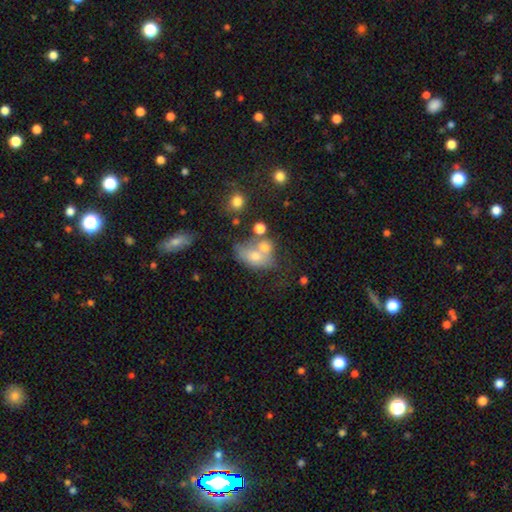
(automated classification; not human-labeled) Q: Smooth or featured?
A: smooth (60%); runner-up: featured or disk (27%)
Q: How rounded?
A: in between (75%); runner-up: round (23%)
Q: Merging?
A: merger (45%); runner-up: none (25%)